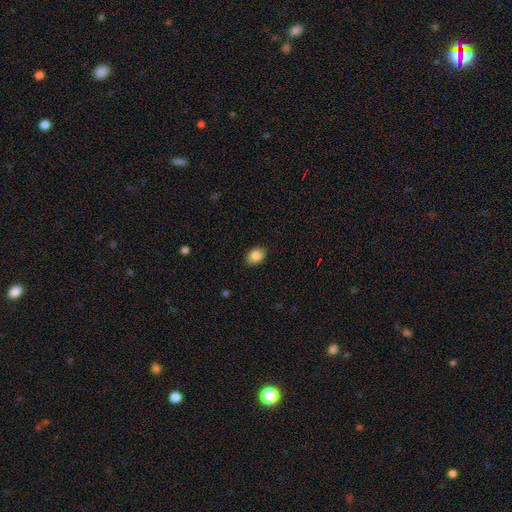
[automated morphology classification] Overall: smooth (86%). How rounded: in between (70%). Merging: none (87%).